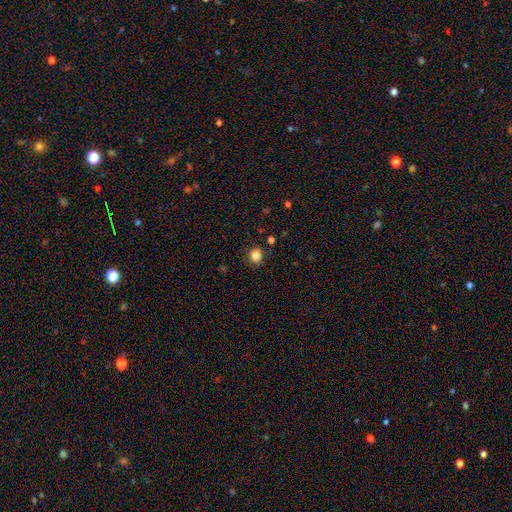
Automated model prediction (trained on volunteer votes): Overall: smooth (84%). How rounded: round (80%). Merging: none (85%).